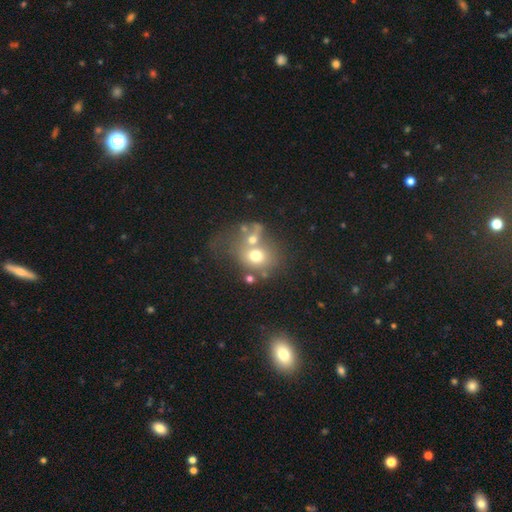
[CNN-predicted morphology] Smooth or featured: smooth — 61% (featured or disk — 25%)
How rounded: round — 64% (in between — 35%)
Merging: merger — 46% (none — 28%)